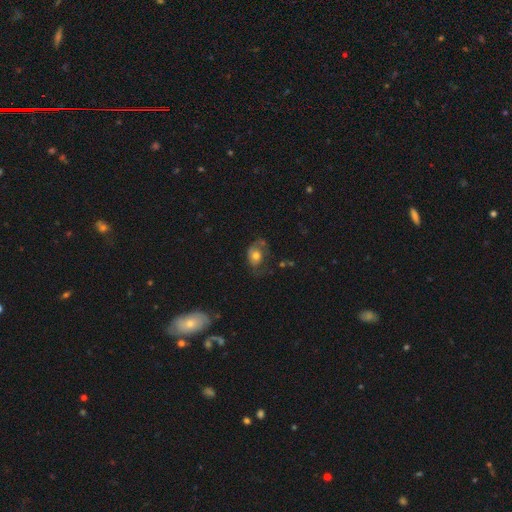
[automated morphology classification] Smooth or featured? smooth (57%)
How rounded? in between (64%)
Merging? none (40%)